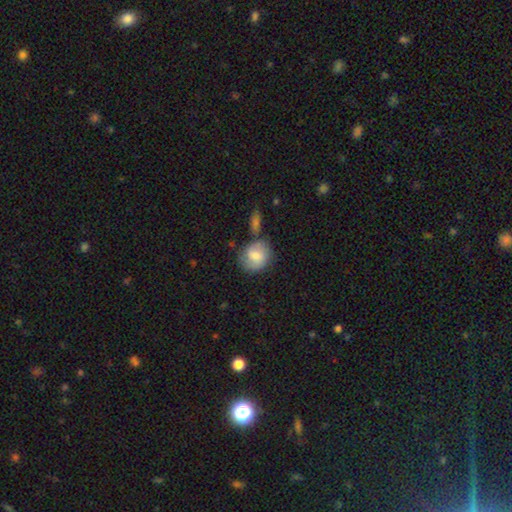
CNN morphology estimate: Q: Smooth or featured?
A: smooth (59%); runner-up: featured or disk (34%)
Q: How rounded?
A: round (76%); runner-up: in between (23%)
Q: Merging?
A: none (61%); runner-up: minor disturbance (19%)